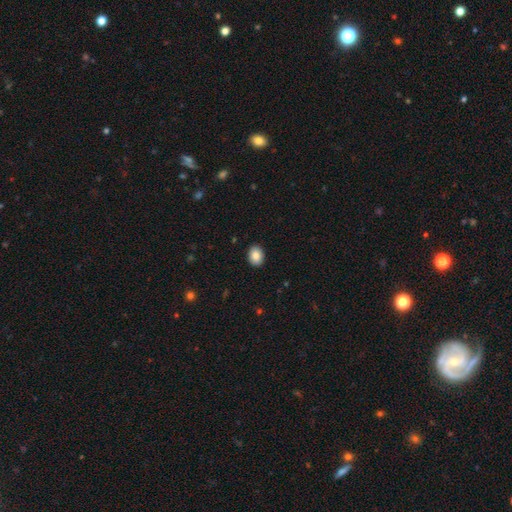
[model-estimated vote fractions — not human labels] Smooth or featured? smooth (86%)
How rounded? in between (62%)
Merging? none (91%)